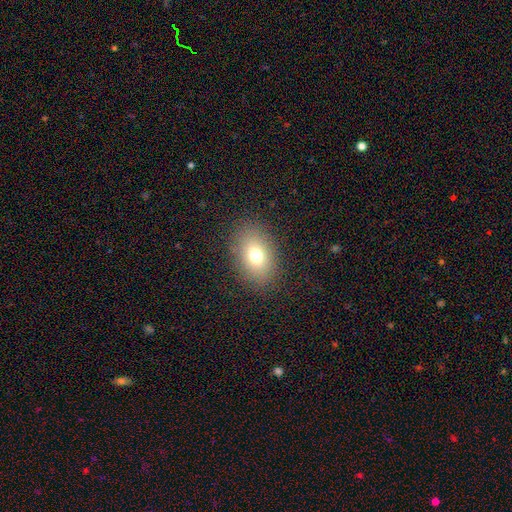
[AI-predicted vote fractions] The model was most divided on "how rounded": in between: 74%, round: 25%, cigar-shaped: 1%. More confident: merging — none (86%); smooth or featured — smooth (73%).